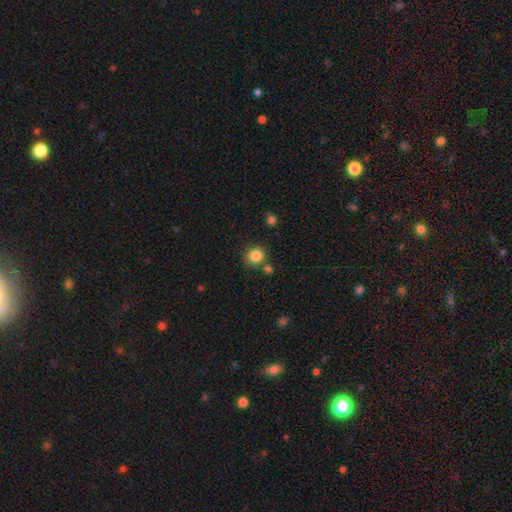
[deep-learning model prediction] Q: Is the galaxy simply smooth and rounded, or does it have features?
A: smooth — 85%.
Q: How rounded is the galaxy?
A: round — 87%.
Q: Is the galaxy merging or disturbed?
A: none — 79%.